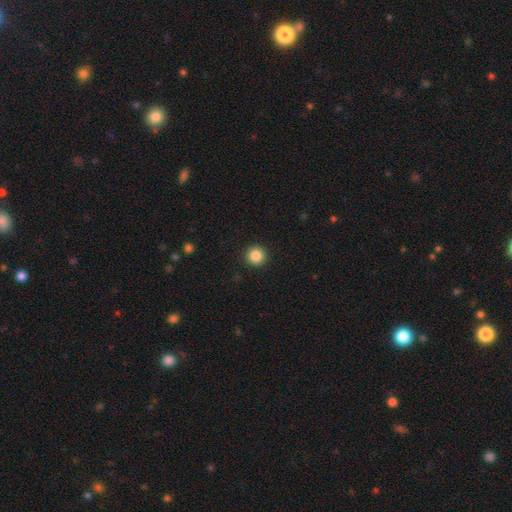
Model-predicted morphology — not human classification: The model was most divided on "smooth or featured": smooth: 87%, star or artifact: 10%, featured or disk: 3%. More confident: how rounded — round (95%); merging — none (93%).